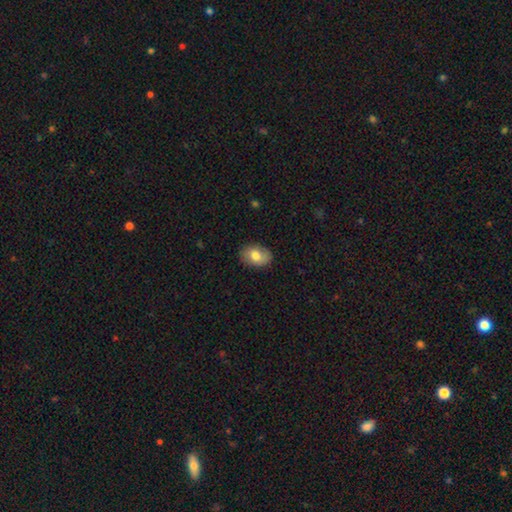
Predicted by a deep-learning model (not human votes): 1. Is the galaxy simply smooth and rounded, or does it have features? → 79% smooth, 14% featured or disk, 7% star or artifact.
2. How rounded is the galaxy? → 78% in between, 21% round, 1% cigar-shaped.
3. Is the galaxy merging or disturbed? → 85% none, 11% minor disturbance, 2% major disturbance, 1% merger.